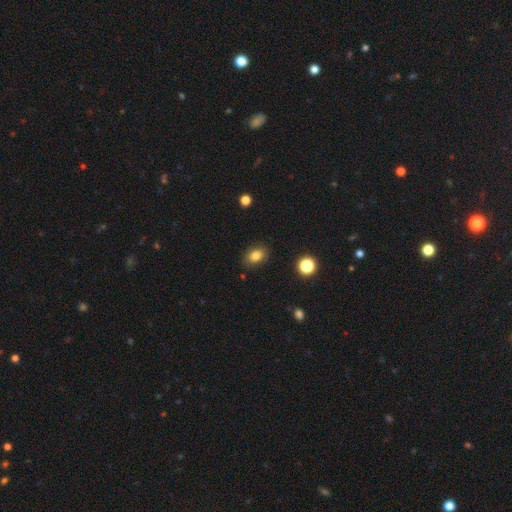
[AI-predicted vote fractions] Overall: smooth (82%). How rounded: in between (76%). Merging: none (86%).